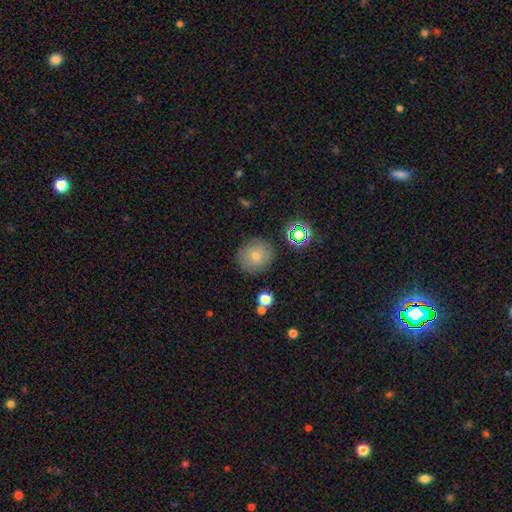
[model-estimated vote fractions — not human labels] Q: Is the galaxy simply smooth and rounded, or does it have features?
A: smooth — 67%.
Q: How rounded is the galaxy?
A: round — 93%.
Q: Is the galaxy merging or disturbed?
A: none — 87%.